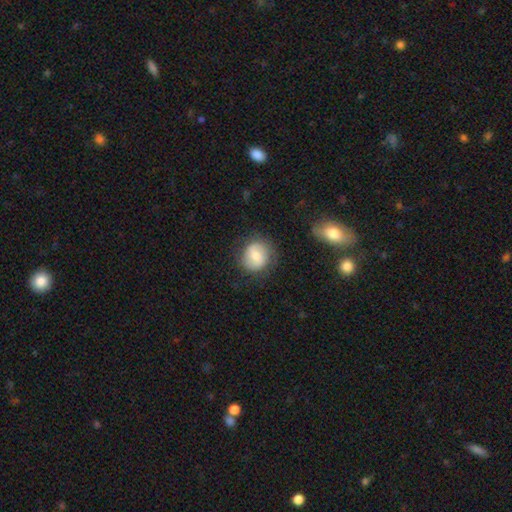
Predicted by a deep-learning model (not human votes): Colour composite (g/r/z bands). It shows a smooth galaxy with no disk features (60%) that is round (82%). Merging: none (77%).